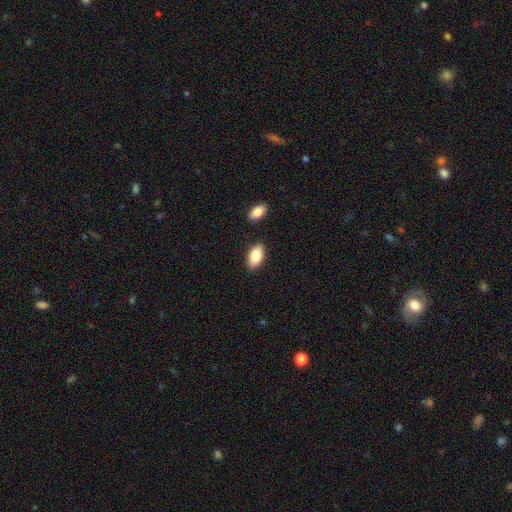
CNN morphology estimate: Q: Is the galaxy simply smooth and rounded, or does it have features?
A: smooth — 84%.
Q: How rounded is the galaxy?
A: in between — 94%.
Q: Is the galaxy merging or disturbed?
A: none — 86%.